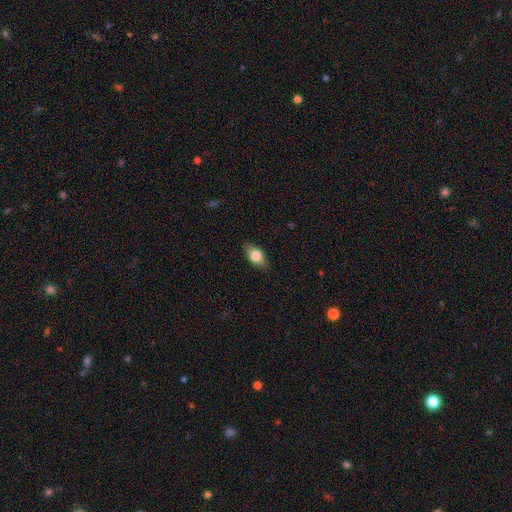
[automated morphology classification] smooth 70%, featured or disk 23%, star or artifact 7%. Down the decision tree: how rounded — in between (84%); merging — none (83%).